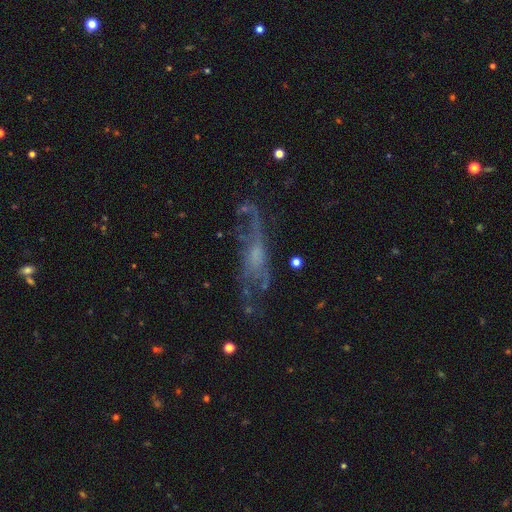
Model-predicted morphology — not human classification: Overall: featured or disk (68%). Edge-on disk: no (71%). Merging: none (50%; major disturbance 25%).